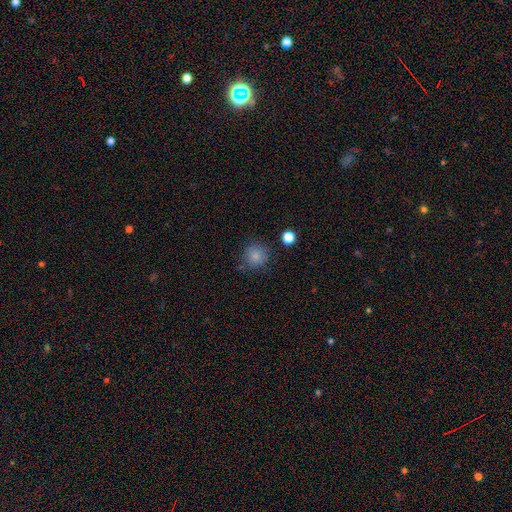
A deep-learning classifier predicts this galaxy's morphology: type=smooth (84%); roundness=round (93%); merging=none (82%).